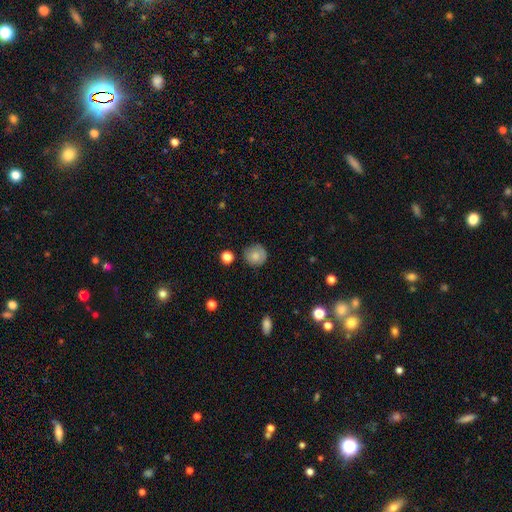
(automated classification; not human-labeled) smooth_or_featured: smooth (p=0.77) [alt: featured or disk p=0.14]
how_rounded: round (p=0.90) [alt: in between p=0.09]
merging: none (p=0.78) [alt: minor disturbance p=0.16]